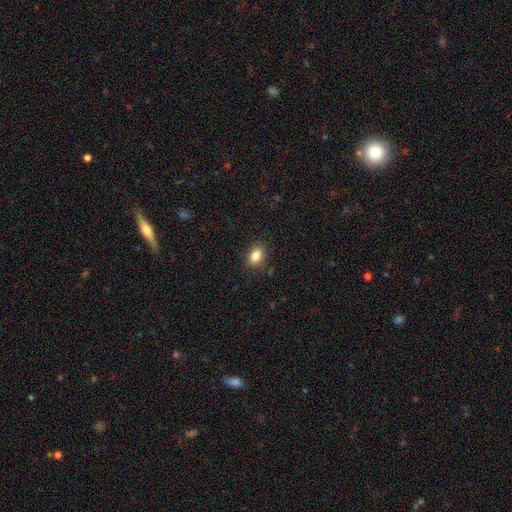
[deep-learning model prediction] smooth_or_featured: smooth (p=0.85) [alt: star or artifact p=0.09]
how_rounded: in between (p=0.76) [alt: round p=0.23]
merging: none (p=0.86) [alt: minor disturbance p=0.10]